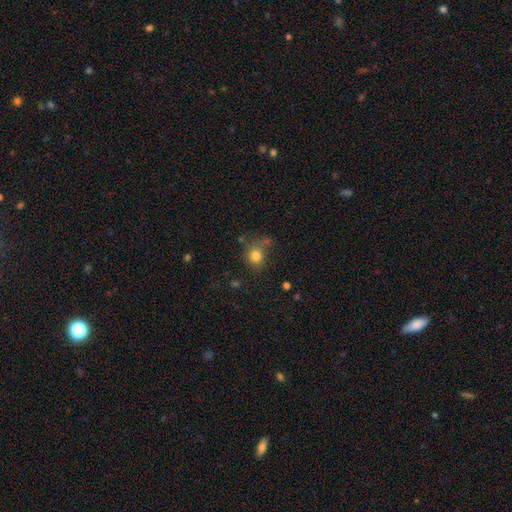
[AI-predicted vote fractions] Overall: smooth (80%). How rounded: round (78%). Merging: none (63%).